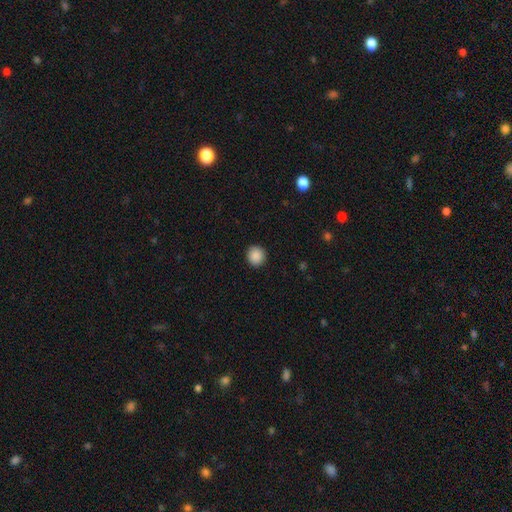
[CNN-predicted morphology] type=smooth (89%); roundness=round (90%); merging=none (92%).